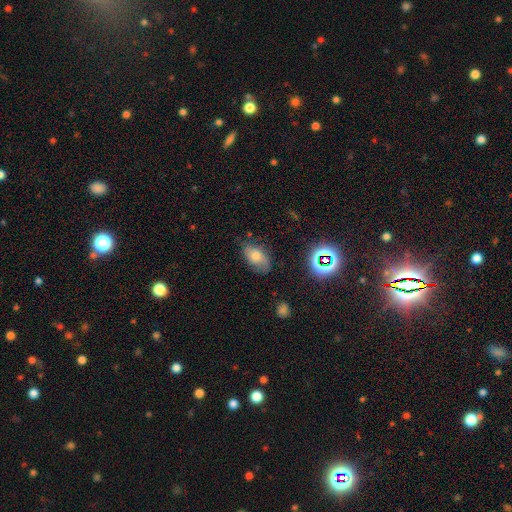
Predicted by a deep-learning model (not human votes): Q: Smooth or featured?
A: smooth (62%); runner-up: featured or disk (24%)
Q: How rounded?
A: in between (89%); runner-up: round (9%)
Q: Merging?
A: none (66%); runner-up: minor disturbance (25%)